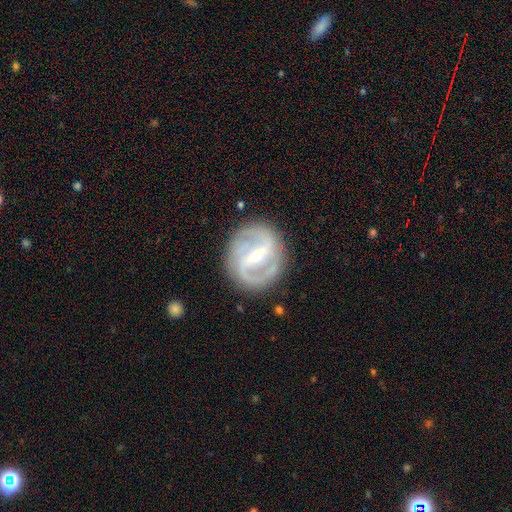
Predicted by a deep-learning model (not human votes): smooth-or-featured: featured or disk: 87% | smooth: 8% | star or artifact: 5%
  disk-edge-on: no: 96% | yes: 4%
    bar: strong: 64% | weak: 29% | no: 7%
    has-spiral-arms: yes: 93% | no: 7%
      spiral-winding: medium: 47% | tight: 35% | loose: 18%
      spiral-arm-count: 2: 81% | can't tell: 7% | 3: 6% | 1: 2% | 4: 2% | more than 4: 2%
    bulge-size: small: 60% | moderate: 35% | none: 2% | large: 2% | dominant: 1%
  merging: none: 82% | minor disturbance: 12% | major disturbance: 5% | merger: 1%